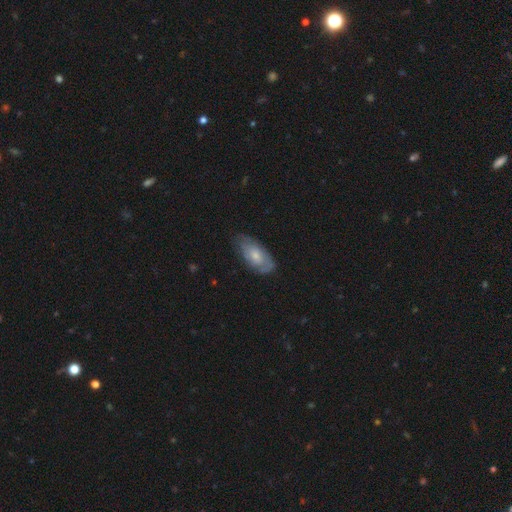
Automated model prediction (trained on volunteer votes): Q: Smooth or featured?
A: smooth (51%); runner-up: featured or disk (43%)
Q: How rounded?
A: in between (90%); runner-up: cigar-shaped (7%)
Q: Merging?
A: none (65%); runner-up: minor disturbance (27%)